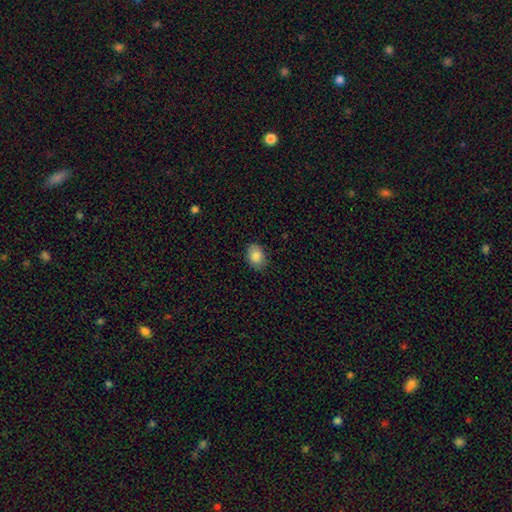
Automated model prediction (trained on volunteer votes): This appears to be a smooth galaxy with no disk features (87%) that is in between round and cigar-shaped (72%). Merging: none (84%).